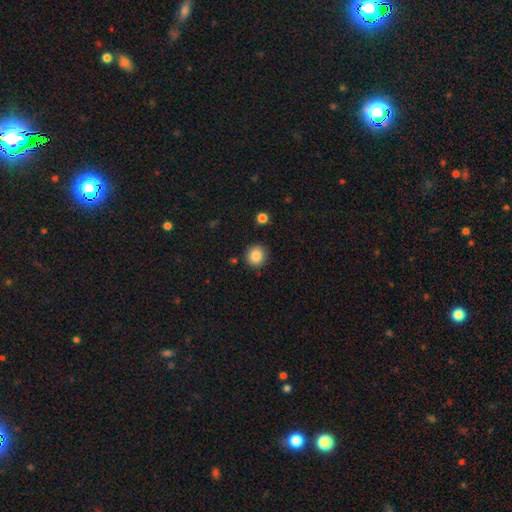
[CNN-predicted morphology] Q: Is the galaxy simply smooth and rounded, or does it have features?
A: smooth — 86%.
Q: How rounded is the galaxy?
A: round — 89%.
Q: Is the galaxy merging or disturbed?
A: none — 89%.